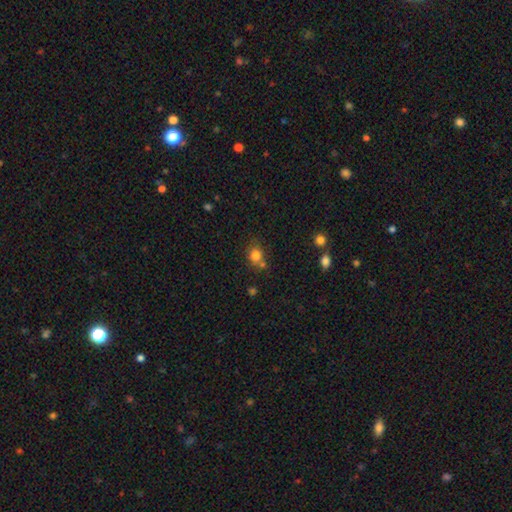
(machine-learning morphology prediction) Smooth or featured?
  - smooth: 79% *
  - star or artifact: 13%
  - featured or disk: 8%
How rounded?
  - round: 74% *
  - in between: 25%
  - cigar-shaped: 1%
Merging?
  - none: 58% *
  - merger: 23%
  - minor disturbance: 14%
  - major disturbance: 5%